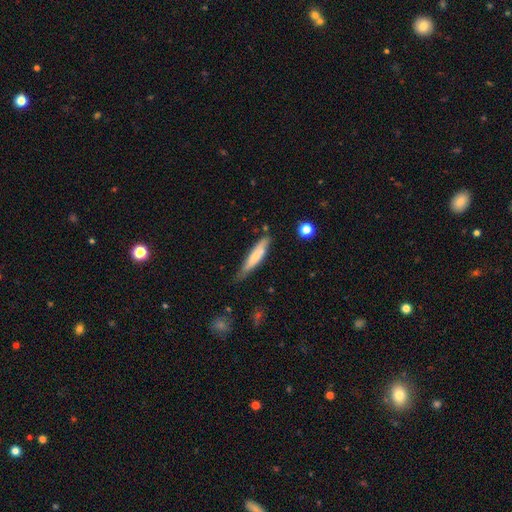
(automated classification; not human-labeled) This appears to be a smooth galaxy with no disk features (68%) that is cigar-shaped (84%). Merging: none (64%).